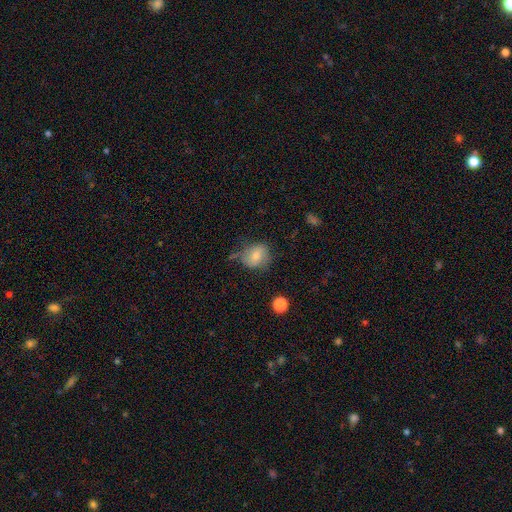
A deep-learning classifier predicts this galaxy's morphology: smooth 69%, featured or disk 22%, star or artifact 9%. Down the decision tree: how rounded — round (57%); merging — none (51%).